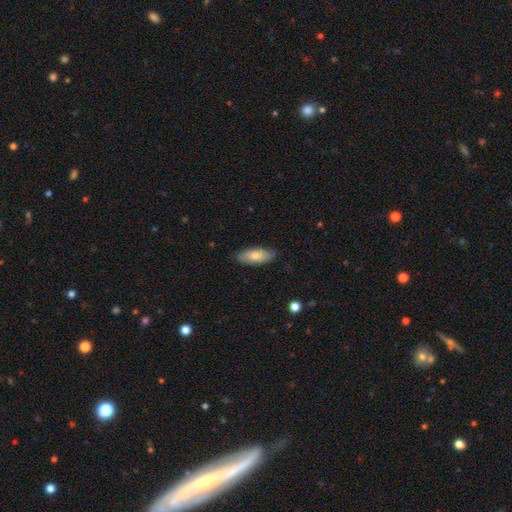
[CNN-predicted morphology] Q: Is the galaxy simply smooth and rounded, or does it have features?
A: smooth — 76%.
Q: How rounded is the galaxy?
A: in between — 79%.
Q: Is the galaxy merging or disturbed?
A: none — 85%.